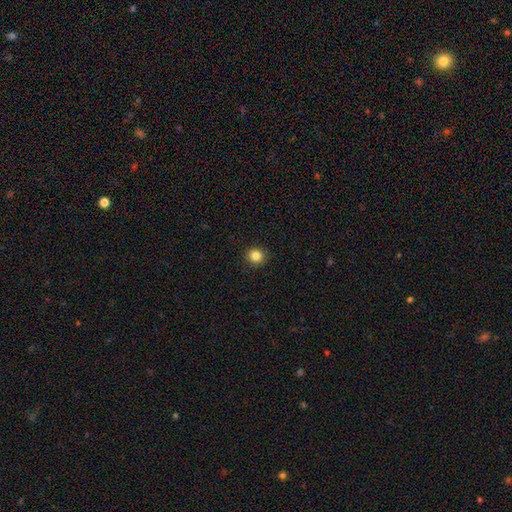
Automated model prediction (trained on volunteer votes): Overall: smooth (84%). How rounded: round (89%). Merging: none (92%).